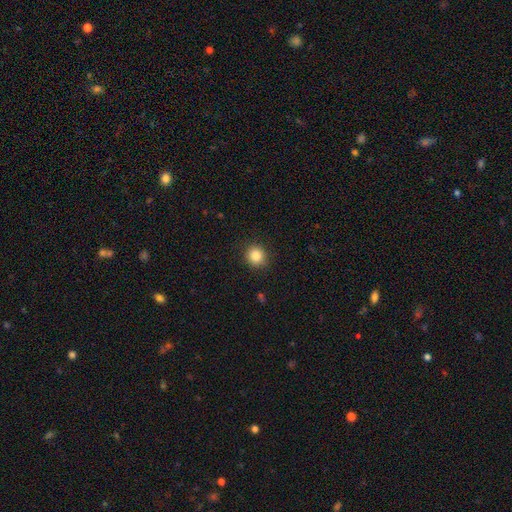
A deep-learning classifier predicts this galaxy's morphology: Smooth or featured: smooth — 85% (star or artifact — 10%)
How rounded: round — 88% (in between — 11%)
Merging: none — 90% (minor disturbance — 7%)